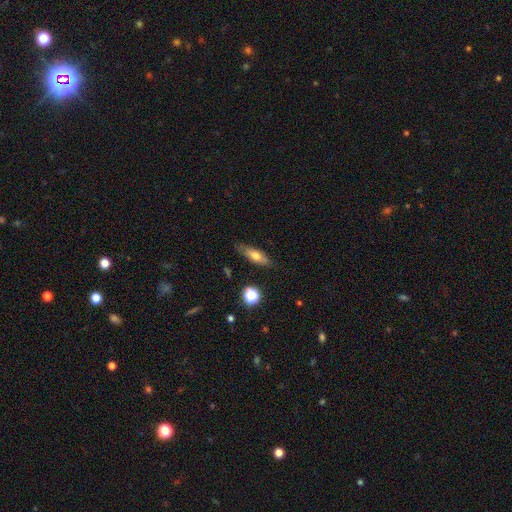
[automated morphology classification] smooth_or_featured: smooth (p=0.63) [alt: featured or disk p=0.29]
how_rounded: in between (p=0.53) [alt: cigar-shaped p=0.43]
merging: none (p=0.80) [alt: minor disturbance p=0.15]